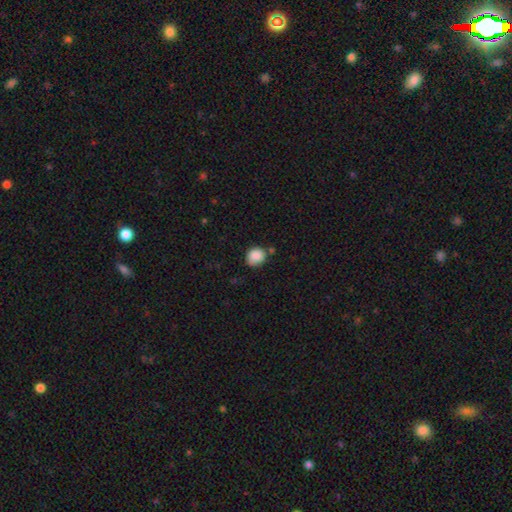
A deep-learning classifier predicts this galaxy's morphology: smooth 87%, star or artifact 8%, featured or disk 5%. Down the decision tree: how rounded — round (73%); merging — none (67%).